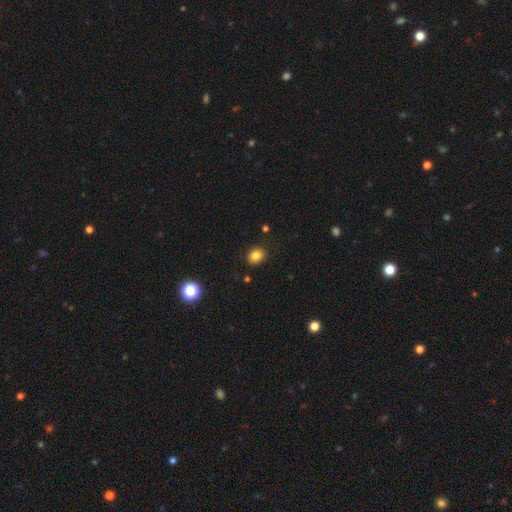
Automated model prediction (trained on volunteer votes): smooth_or_featured: smooth (p=0.83) [alt: star or artifact p=0.11]
how_rounded: round (p=0.57) [alt: in between p=0.42]
merging: none (p=0.88) [alt: minor disturbance p=0.09]